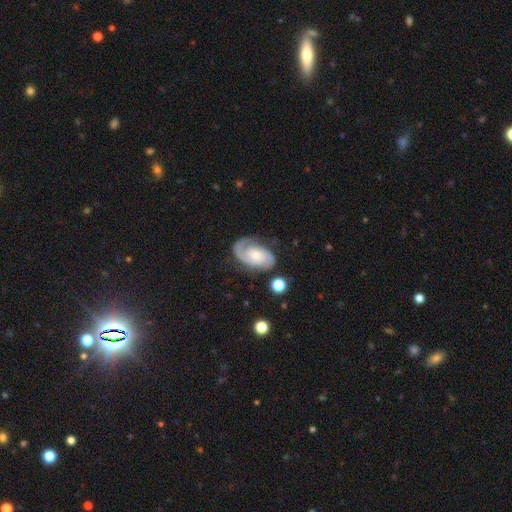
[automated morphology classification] The model was most divided on "bulge size": moderate: 44%, small: 42%, large: 7%, none: 6%, dominant: 2%. Remaining: edge-on disk — no (97%); spiral arms — yes (96%); smooth or featured — featured or disk (84%); spiral arm count — 2 (80%); merging — none (72%); bar — no (64%); spiral winding — medium (44%).